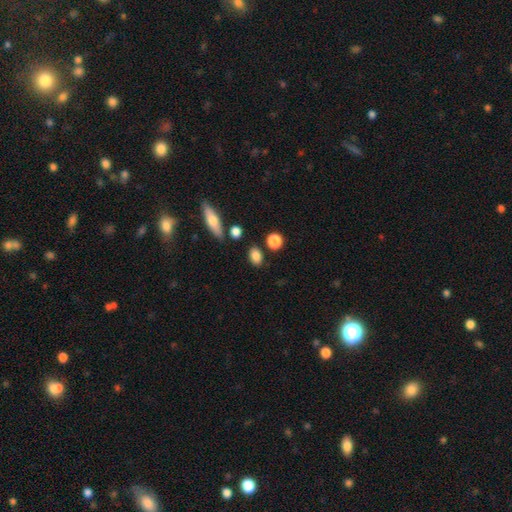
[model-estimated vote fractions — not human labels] A smooth galaxy with no disk features (85%) that is in between round and cigar-shaped (72%).

Vote fractions:
- Smooth or featured? smooth: 85% / star or artifact: 9% / featured or disk: 7%
- How rounded? in between: 72% / round: 24% / cigar-shaped: 3%
- Merging? none: 82% / minor disturbance: 10% / merger: 5% / major disturbance: 3%